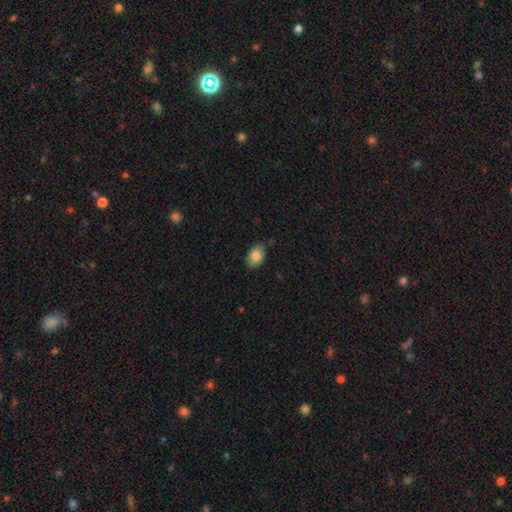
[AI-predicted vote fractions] smooth-or-featured: smooth: 85% | featured or disk: 8% | star or artifact: 7%
  how-rounded: in between: 91% | round: 8% | cigar-shaped: 1%
  merging: none: 80% | minor disturbance: 16% | major disturbance: 3% | merger: 1%